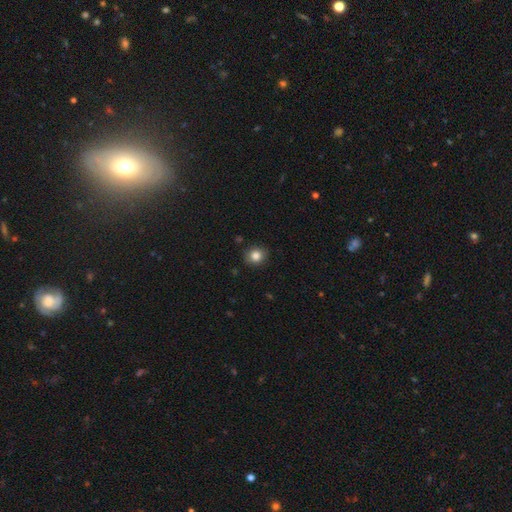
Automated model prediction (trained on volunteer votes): The model was most divided on "how rounded": round: 80%, in between: 20%, cigar-shaped: 1%. More confident: merging — none (88%); smooth or featured — smooth (84%).